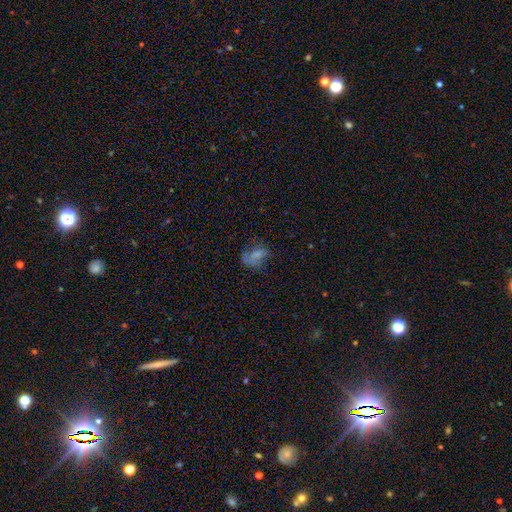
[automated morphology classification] Overall: smooth (55%; featured or disk 26%). How rounded: in between (82%). Merging: none (38%; major disturbance 33%).